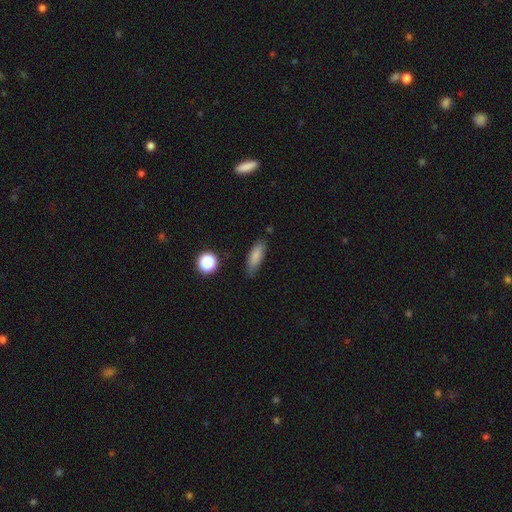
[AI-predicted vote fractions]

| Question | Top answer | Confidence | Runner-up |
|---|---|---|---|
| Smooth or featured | smooth | 82% | featured or disk (9%) |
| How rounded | in between | 61% | cigar-shaped (36%) |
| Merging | none | 76% | minor disturbance (18%) |